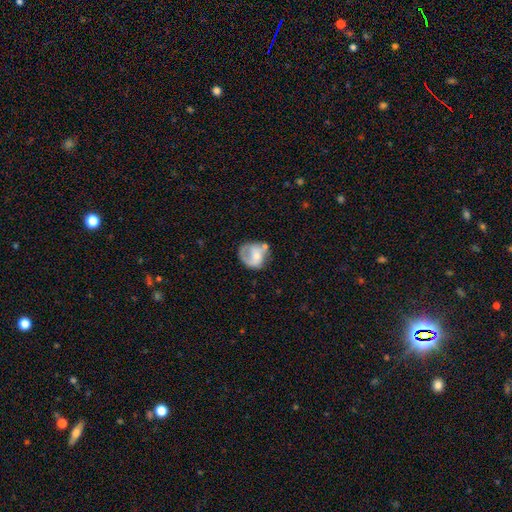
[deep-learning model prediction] This is possibly a featured or disk galaxy (51%). It is clearly not viewed edge-on (97%). Merging: marginally none (41%).